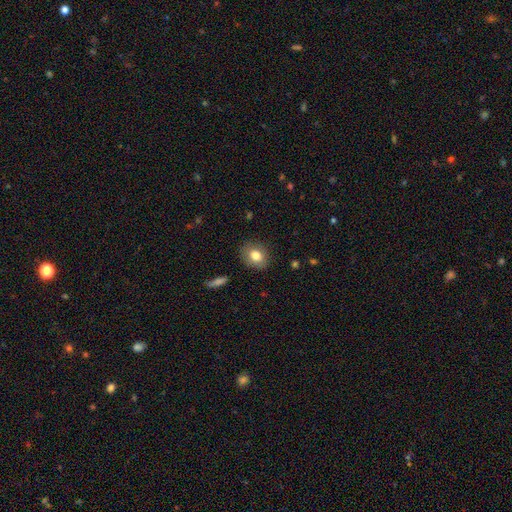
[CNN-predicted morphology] type=smooth (79%); roundness=round (55%); merging=none (85%).